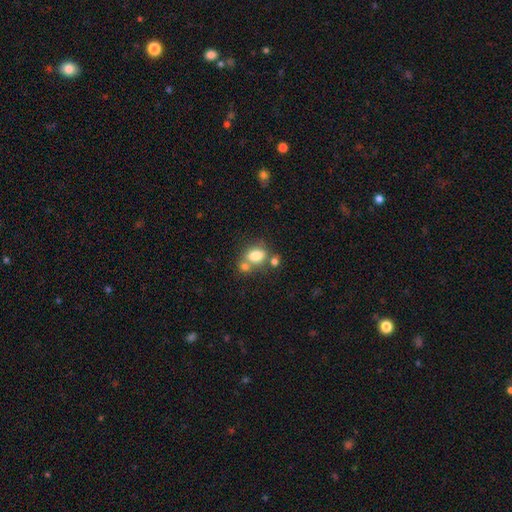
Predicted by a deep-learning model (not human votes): A smooth galaxy with no disk features (79%) that is in between round and cigar-shaped (71%).

Vote fractions:
- Smooth or featured? smooth: 79% / featured or disk: 11% / star or artifact: 10%
- How rounded? in between: 71% / round: 27% / cigar-shaped: 2%
- Merging? none: 45% / merger: 37% / minor disturbance: 12% / major disturbance: 5%